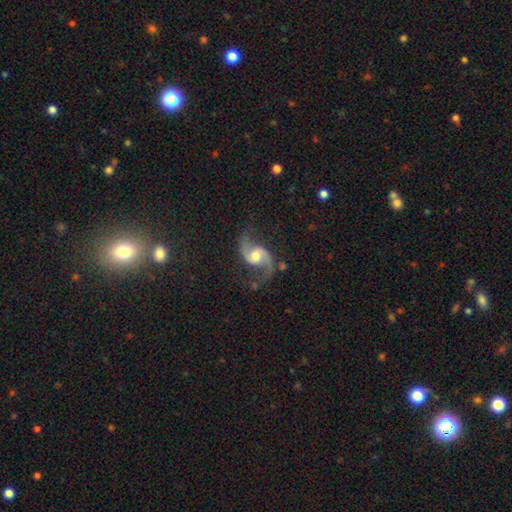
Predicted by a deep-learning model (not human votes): featured or disk 90%, smooth 5%, star or artifact 5%. Down the decision tree: edge-on disk — no (98%); bar — weak (44%, tied with no); spiral arms — yes (97%); spiral arm count — 2 (94%); spiral winding — loose (58%); bulge size — moderate (64%); merging — none (72%).